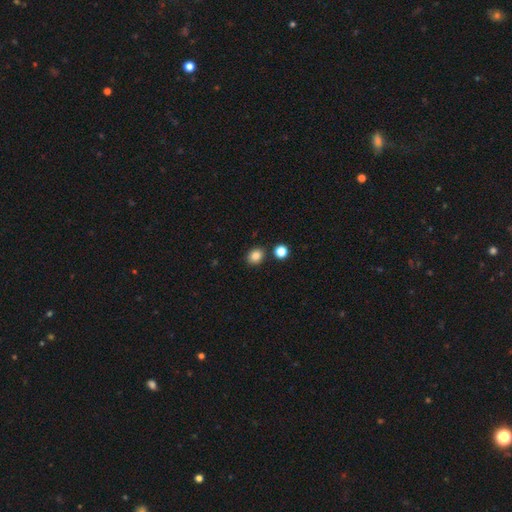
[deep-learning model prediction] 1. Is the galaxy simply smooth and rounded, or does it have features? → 84% smooth, 11% star or artifact, 4% featured or disk.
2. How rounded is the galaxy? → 61% round, 38% in between, 1% cigar-shaped.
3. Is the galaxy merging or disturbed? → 84% none, 8% minor disturbance, 6% merger, 2% major disturbance.